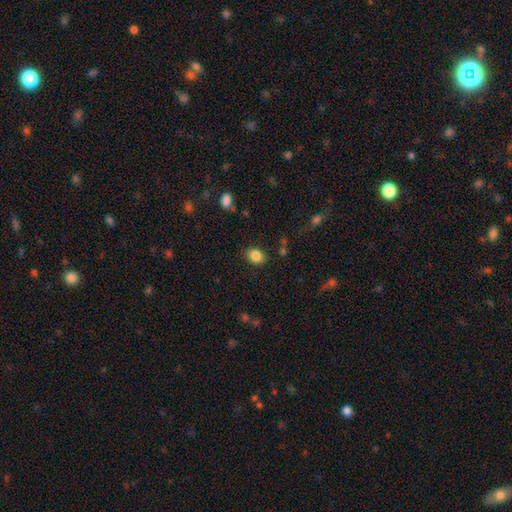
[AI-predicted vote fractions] Overall: smooth (85%). How rounded: in between (74%). Merging: none (83%).